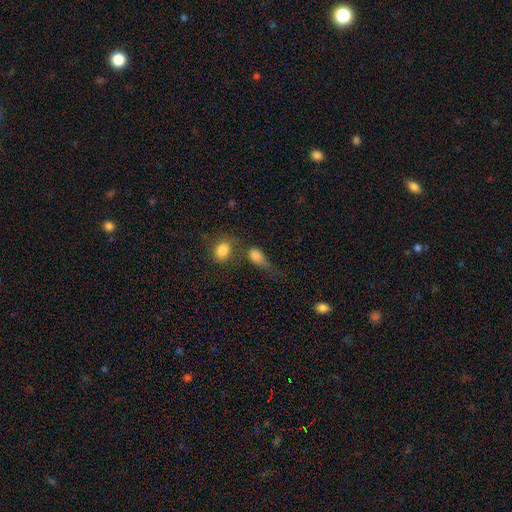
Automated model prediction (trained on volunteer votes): Morphology: type=smooth (77%); roundness=in between (72%); merging=merger (29%).